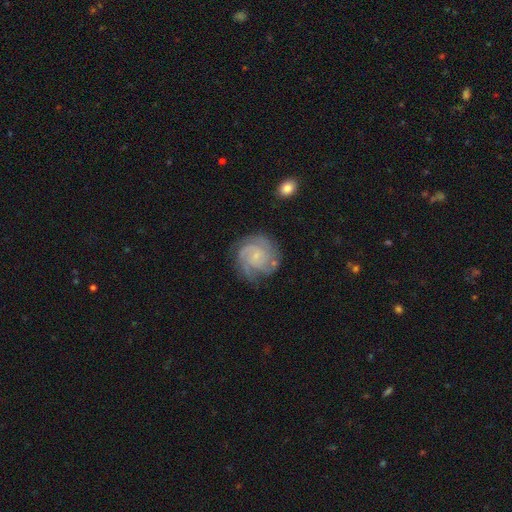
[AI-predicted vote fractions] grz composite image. It shows a featured or disk galaxy (82%) with no bar (70%), 3 (37%) tight (64%) spiral arms (96%) and a small central bulge (77%). Merging: none (73%).